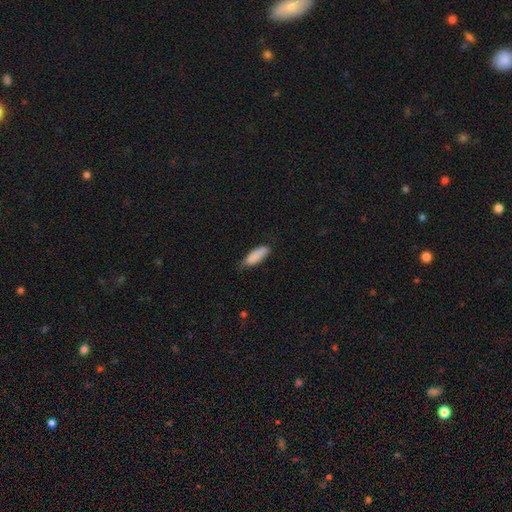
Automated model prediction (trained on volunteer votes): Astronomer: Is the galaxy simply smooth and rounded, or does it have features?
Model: smooth — 88%.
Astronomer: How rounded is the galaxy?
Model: in between — 61% (runner-up: cigar-shaped, 37%).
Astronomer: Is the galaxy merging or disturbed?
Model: none — 67%.